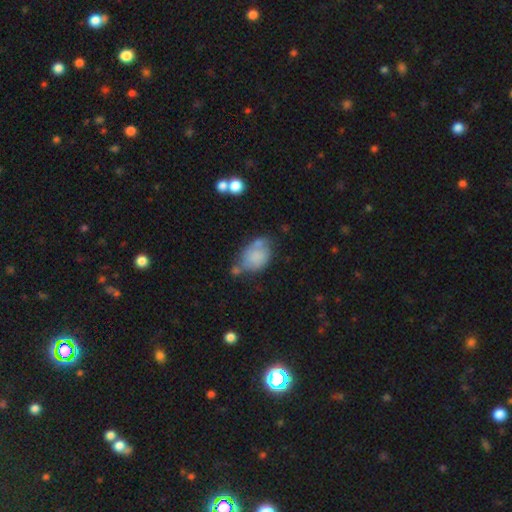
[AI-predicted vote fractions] smooth_or_featured: smooth (p=0.74) [alt: featured or disk p=0.18]
how_rounded: in between (p=0.75) [alt: round p=0.24]
merging: none (p=0.40) [alt: minor disturbance p=0.29]